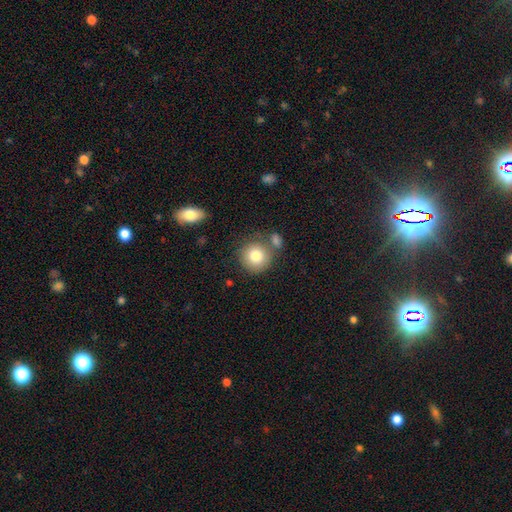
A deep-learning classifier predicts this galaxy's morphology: A smooth galaxy with no disk features (81%) that is round (91%).

Vote fractions:
- Smooth or featured? smooth: 81% / featured or disk: 10% / star or artifact: 9%
- How rounded? round: 91% / in between: 8% / cigar-shaped: 1%
- Merging? none: 68% / merger: 16% / minor disturbance: 12% / major disturbance: 4%